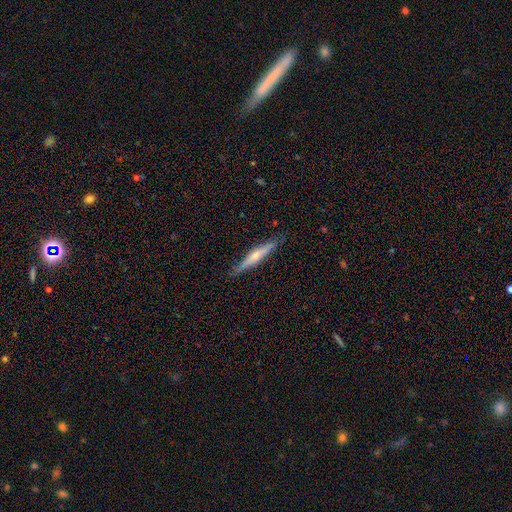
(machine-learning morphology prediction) Smooth or featured: featured or disk — 49% (smooth — 45%)
Merging: none — 84% (minor disturbance — 12%)